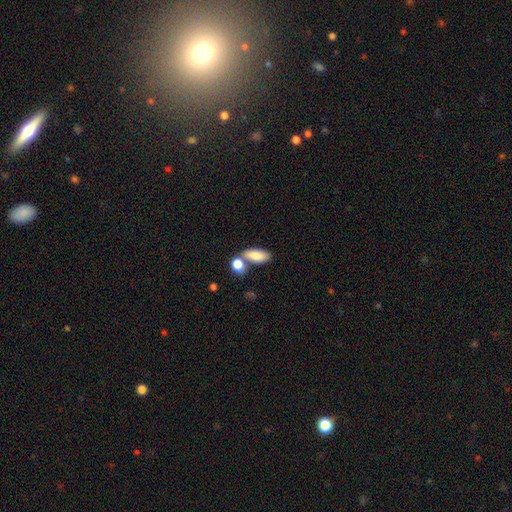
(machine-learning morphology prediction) smooth 85%, featured or disk 8%, star or artifact 7%. Down the decision tree: how rounded — in between (82%); merging — none (55%).